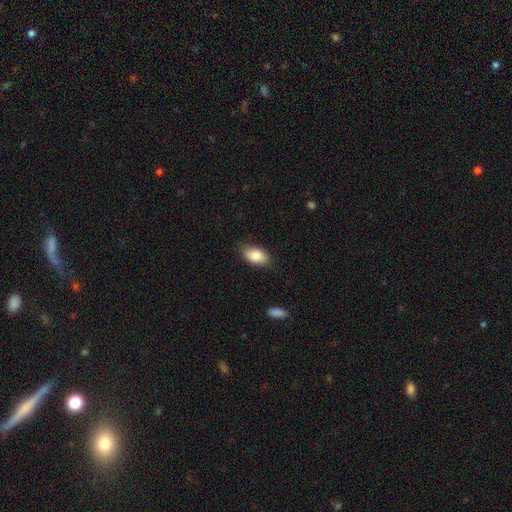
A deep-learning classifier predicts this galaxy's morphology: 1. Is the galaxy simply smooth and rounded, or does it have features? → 83% smooth, 10% featured or disk, 7% star or artifact.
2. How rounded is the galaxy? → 91% in between, 6% round, 2% cigar-shaped.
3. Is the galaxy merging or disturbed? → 78% none, 18% minor disturbance, 3% major disturbance, 1% merger.